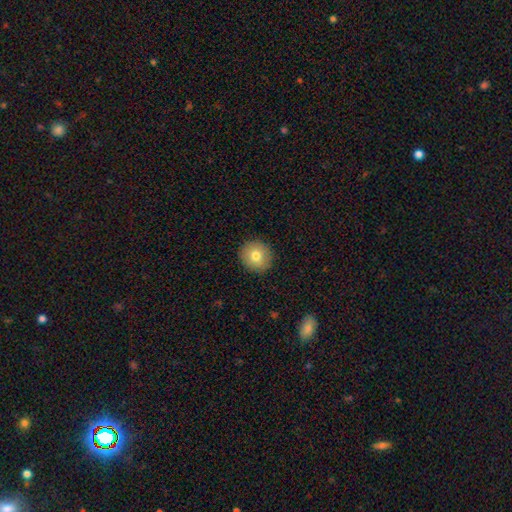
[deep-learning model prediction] This appears to be a smooth galaxy with no disk features (77%) that is round (91%). Merging: none (91%).